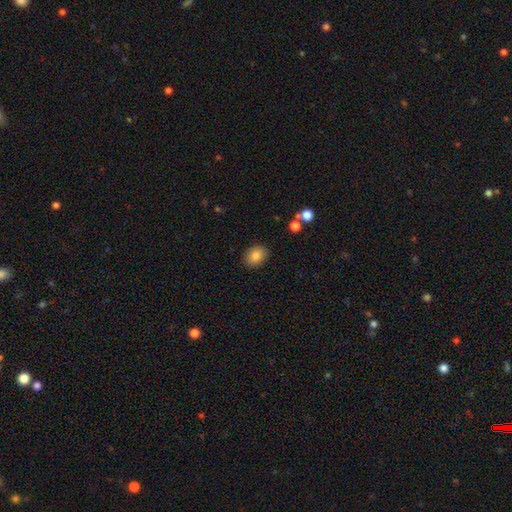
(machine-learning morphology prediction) A smooth galaxy with no disk features (84%) that is in between round and cigar-shaped (64%). Merging: none (87%).